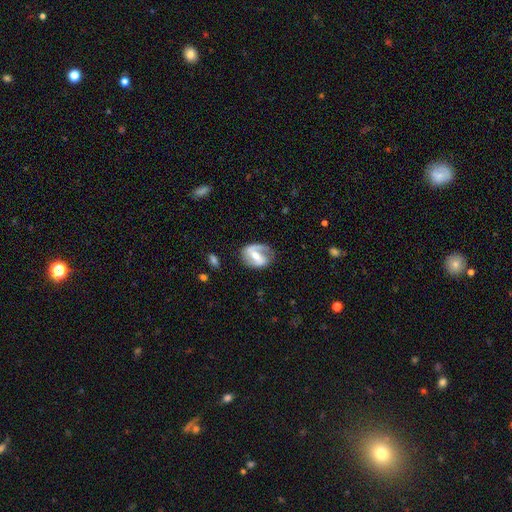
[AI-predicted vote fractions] Overall: featured or disk (77%). Edge-on disk: no (96%). Bar: strong (46%; weak 37%). Spiral arms: yes (86%). Spiral arm count: 2 (62%; 1 29%). Spiral winding: medium (43%; loose 32%). Bulge size: moderate (57%; small 33%). Merging: none (64%).